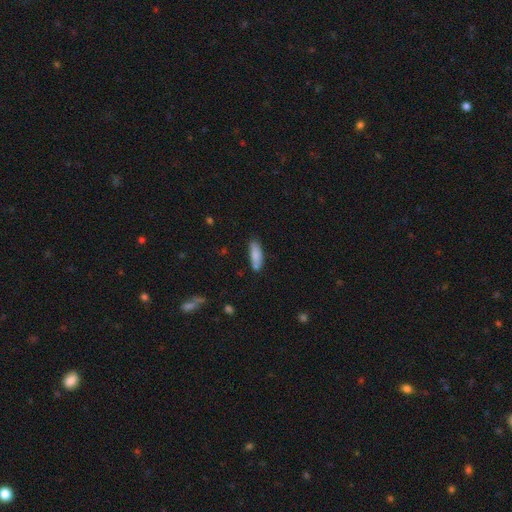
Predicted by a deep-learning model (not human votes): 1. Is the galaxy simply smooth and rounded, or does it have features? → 81% smooth, 12% featured or disk, 6% star or artifact.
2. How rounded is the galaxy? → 53% in between, 45% cigar-shaped, 2% round.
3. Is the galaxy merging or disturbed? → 72% none, 18% minor disturbance, 6% merger, 3% major disturbance.